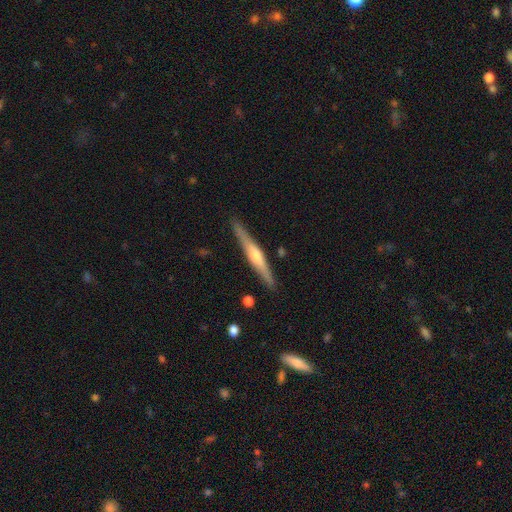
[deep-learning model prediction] A featured or disk galaxy (71%) viewed edge-on (97%) with a rounded central bulge (84%).

Vote fractions:
- Smooth or featured? featured or disk: 71% / smooth: 24% / star or artifact: 6%
- Edge-on disk? yes: 97% / no: 3%
- Edge-on bulge? rounded: 84% / none: 8% / boxy: 8%
- Merging? none: 89% / minor disturbance: 8% / major disturbance: 2% / merger: 2%